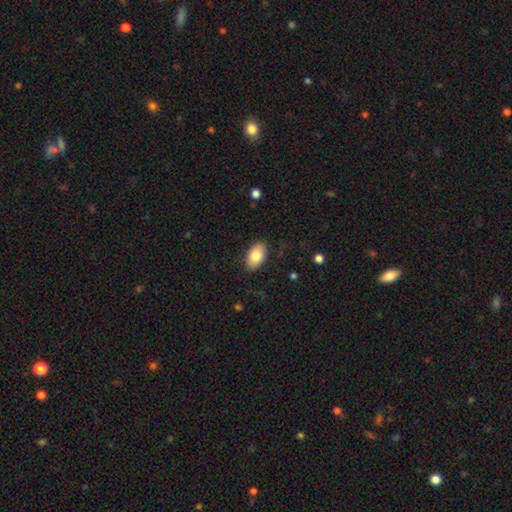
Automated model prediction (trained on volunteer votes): Smooth or featured: smooth — 82% (featured or disk — 11%)
How rounded: in between — 94% (round — 5%)
Merging: none — 86% (minor disturbance — 11%)